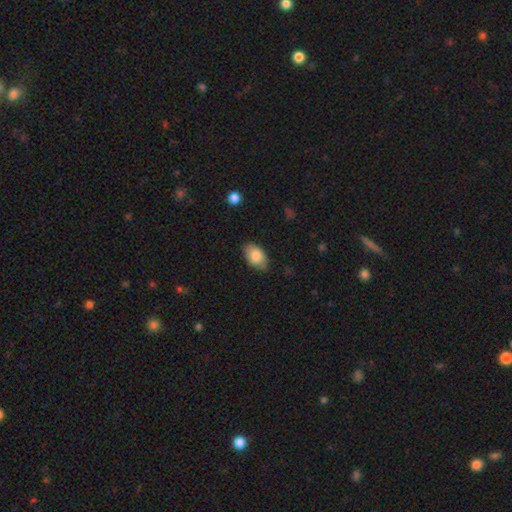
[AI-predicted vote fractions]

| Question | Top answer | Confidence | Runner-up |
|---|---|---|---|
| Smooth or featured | smooth | 83% | featured or disk (10%) |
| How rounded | in between | 92% | round (7%) |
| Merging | none | 78% | minor disturbance (18%) |